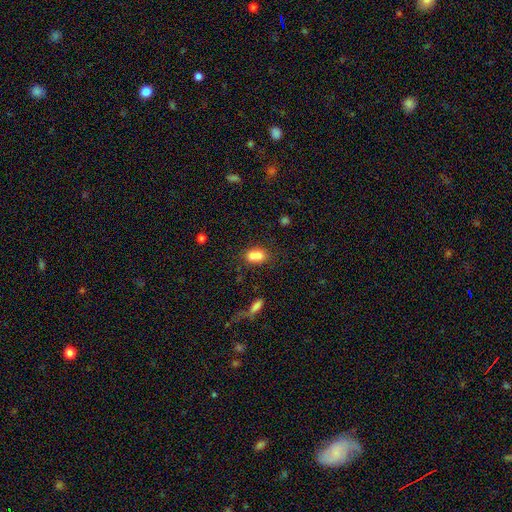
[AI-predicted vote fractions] smooth 72%, featured or disk 17%, star or artifact 11%. Down the decision tree: how rounded — in between (65%); merging — merger (55%).